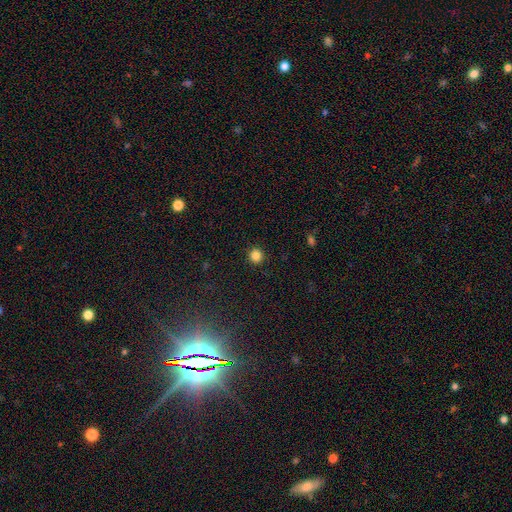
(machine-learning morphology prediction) This is clearly a smooth galaxy (85%). How rounded: clearly round (94%). Merging: clearly none (92%).